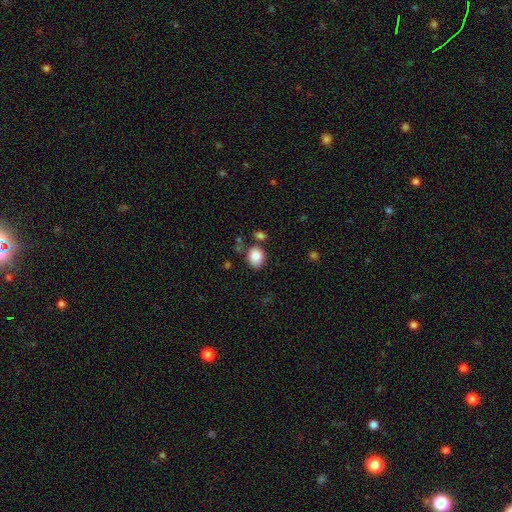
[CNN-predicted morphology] smooth 86%, star or artifact 8%, featured or disk 5%. Down the decision tree: how rounded — in between (52%); merging — none (73%).